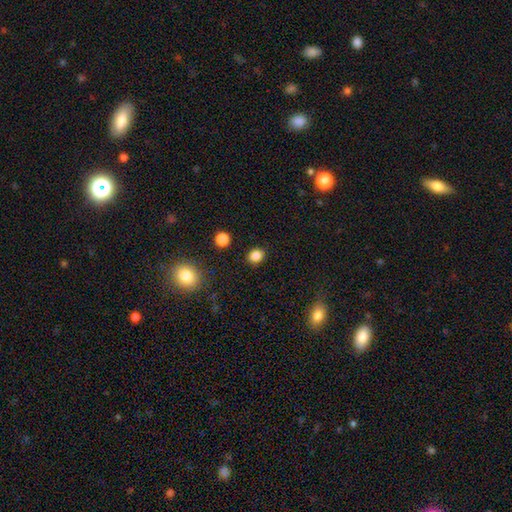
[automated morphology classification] Smooth or featured? Predicted: smooth (p=0.84). How rounded? Predicted: round (p=0.61). Merging? Predicted: none (p=0.88).